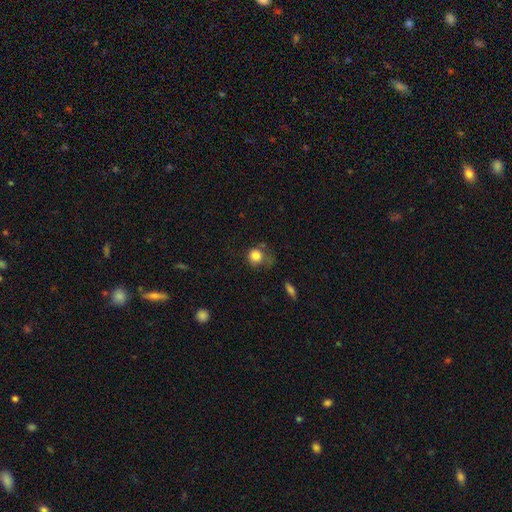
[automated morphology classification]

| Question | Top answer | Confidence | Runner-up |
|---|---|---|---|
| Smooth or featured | smooth | 80% | featured or disk (10%) |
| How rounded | round | 82% | in between (17%) |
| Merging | none | 43% | minor disturbance (28%) |